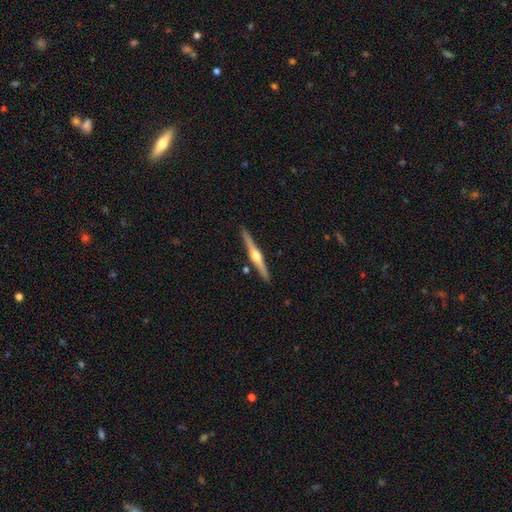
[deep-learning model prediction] A featured or disk galaxy (78%) viewed edge-on (98%) with a rounded central bulge (94%). Merging: none (89%).